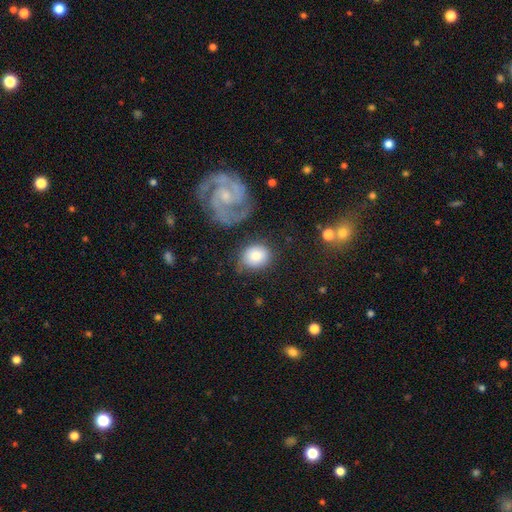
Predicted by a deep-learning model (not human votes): smooth 76%, featured or disk 16%, star or artifact 7%. Down the decision tree: how rounded — round (63%); merging — none (65%).